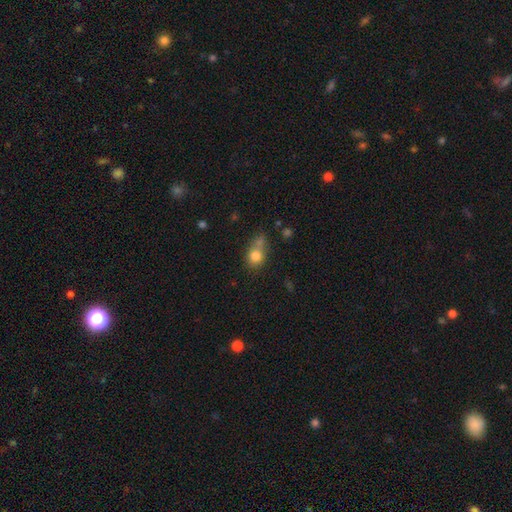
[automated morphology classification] Q: Smooth or featured?
A: smooth (79%); runner-up: star or artifact (11%)
Q: How rounded?
A: round (64%); runner-up: in between (34%)
Q: Merging?
A: none (38%); runner-up: merger (36%)